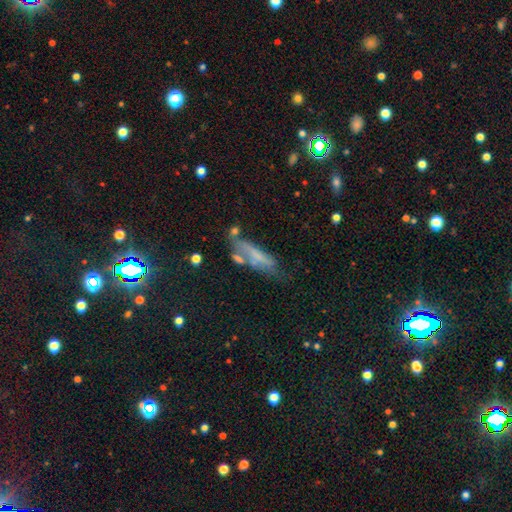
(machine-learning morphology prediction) A smooth galaxy with no disk features (52%) that is cigar-shaped (68%). Merging: none (45%).